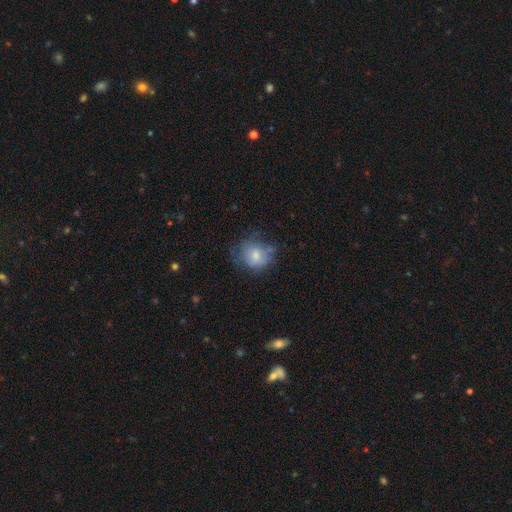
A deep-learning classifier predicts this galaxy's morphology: type=smooth (73%); roundness=round (69%); merging=none (49%).